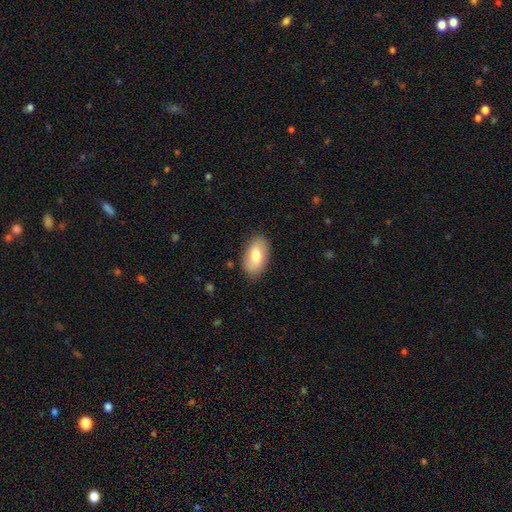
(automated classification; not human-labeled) Smooth or featured? Predicted: smooth (p=0.76). How rounded? Predicted: in between (p=0.93). Merging? Predicted: none (p=0.84).